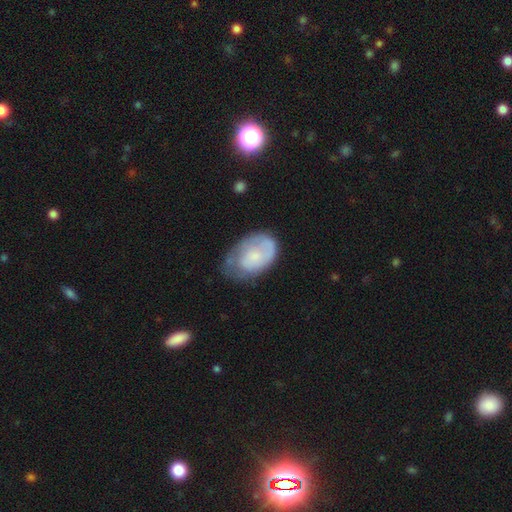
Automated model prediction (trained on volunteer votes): This appears to be a smooth galaxy with no disk features (47%). Merging: none (47%).